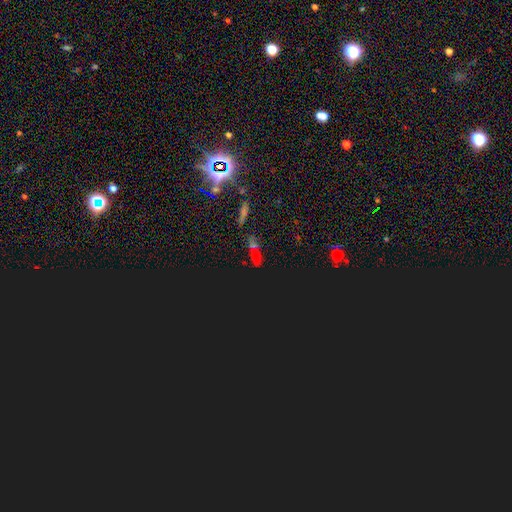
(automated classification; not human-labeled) The model was most divided on "smooth or featured": star or artifact: 63%, smooth: 28%, featured or disk: 10%.